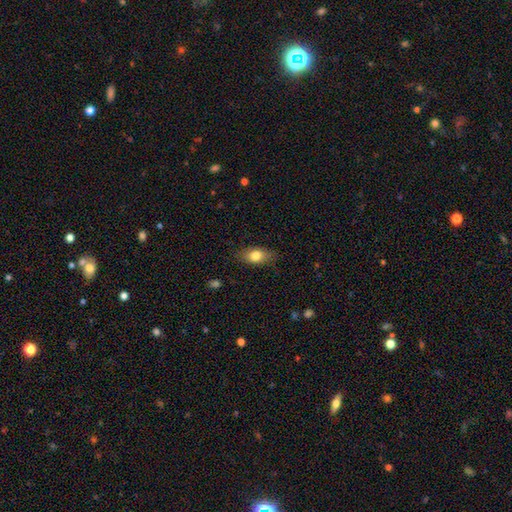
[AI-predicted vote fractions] smooth-or-featured: smooth: 79% | featured or disk: 13% | star or artifact: 8%
  how-rounded: in between: 84% | round: 10% | cigar-shaped: 6%
  merging: none: 81% | minor disturbance: 14% | major disturbance: 3% | merger: 1%